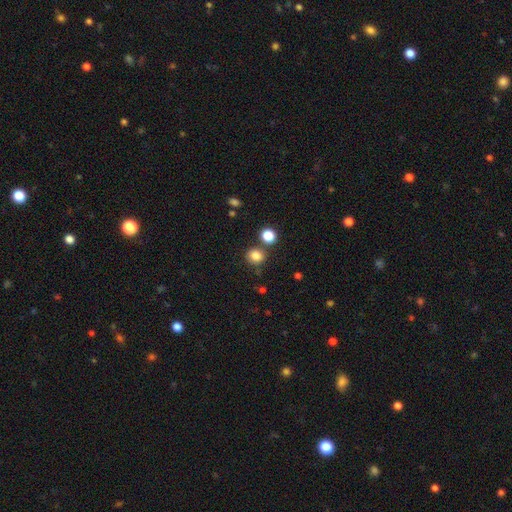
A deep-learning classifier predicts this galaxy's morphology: Smooth or featured? smooth (82%)
How rounded? round (84%)
Merging? none (77%)